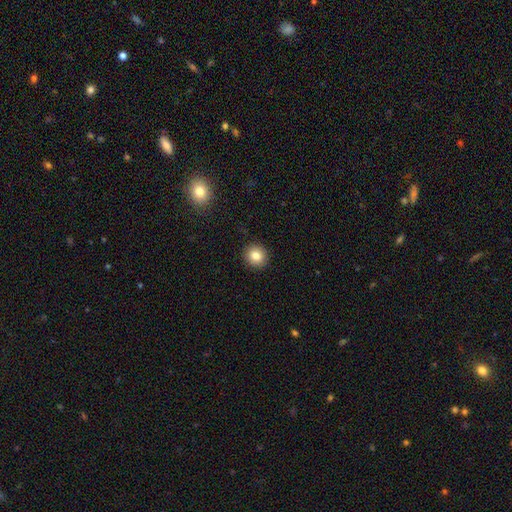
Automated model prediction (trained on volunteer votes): Q: Smooth or featured?
A: smooth (83%); runner-up: star or artifact (10%)
Q: How rounded?
A: round (89%); runner-up: in between (10%)
Q: Merging?
A: none (92%); runner-up: minor disturbance (5%)